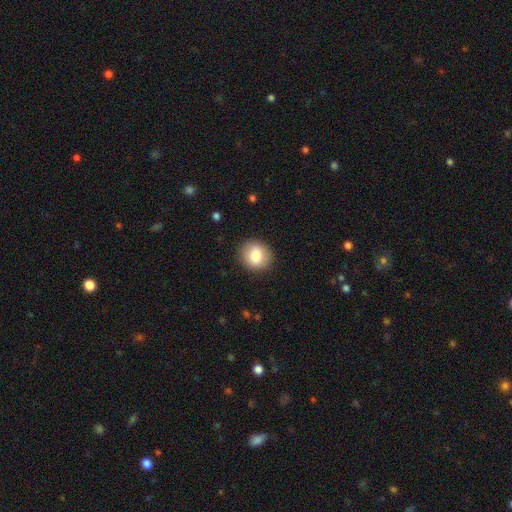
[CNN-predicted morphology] smooth-or-featured: smooth: 84% | featured or disk: 8% | star or artifact: 8%
  how-rounded: round: 75% | in between: 24% | cigar-shaped: 1%
  merging: none: 88% | minor disturbance: 9% | major disturbance: 3% | merger: 1%